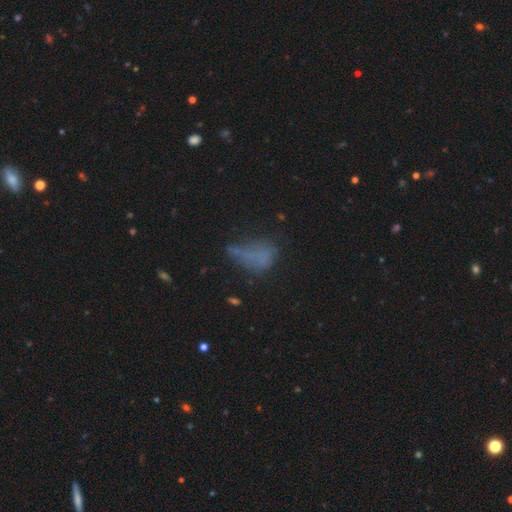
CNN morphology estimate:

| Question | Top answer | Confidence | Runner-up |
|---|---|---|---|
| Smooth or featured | smooth | 53% | featured or disk (25%) |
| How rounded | in between | 72% | round (15%) |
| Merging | major disturbance | 34% | none (33%) |